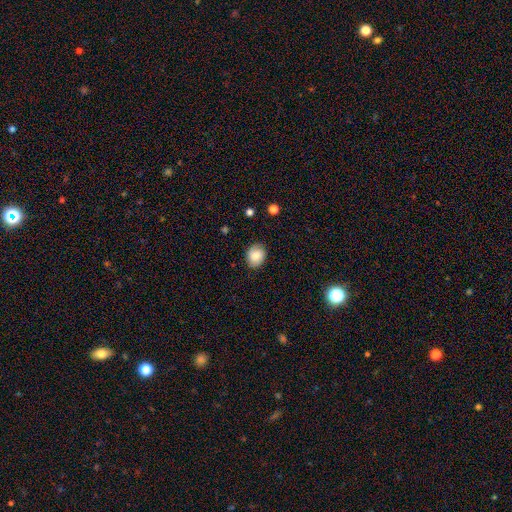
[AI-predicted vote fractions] Smooth or featured? smooth (74%)
How rounded? in between (53%)
Merging? none (81%)